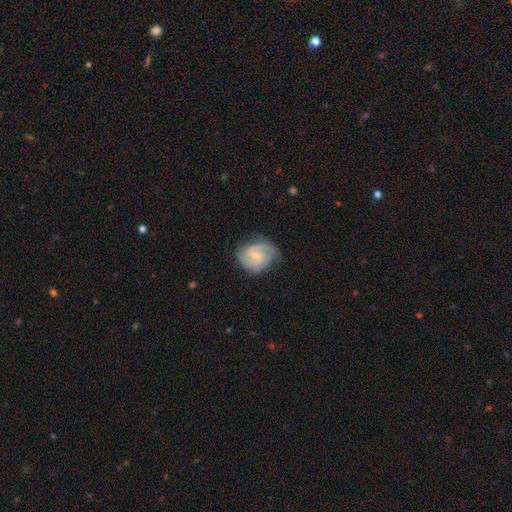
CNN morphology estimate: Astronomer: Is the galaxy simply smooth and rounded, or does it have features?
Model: featured or disk — 74%.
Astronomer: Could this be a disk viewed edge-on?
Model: no — 98%.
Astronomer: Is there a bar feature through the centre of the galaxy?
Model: weak — 55% (runner-up: no, 34%).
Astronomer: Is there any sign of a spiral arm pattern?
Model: yes — 94%.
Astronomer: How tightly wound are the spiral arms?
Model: medium — 48% (runner-up: tight, 32%).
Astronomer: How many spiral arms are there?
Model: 2 — 65%.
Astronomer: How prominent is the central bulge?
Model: small — 64%.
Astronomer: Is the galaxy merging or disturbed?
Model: none — 62%.